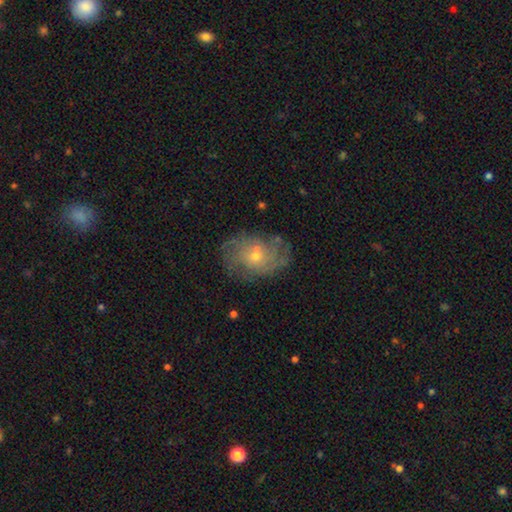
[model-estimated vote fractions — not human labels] Smooth or featured? featured or disk (58%)
Edge-on disk? no (96%)
Bar? no (81%)
Spiral arms? yes (69%)
Bulge size? small (71%)
Merging? none (66%)